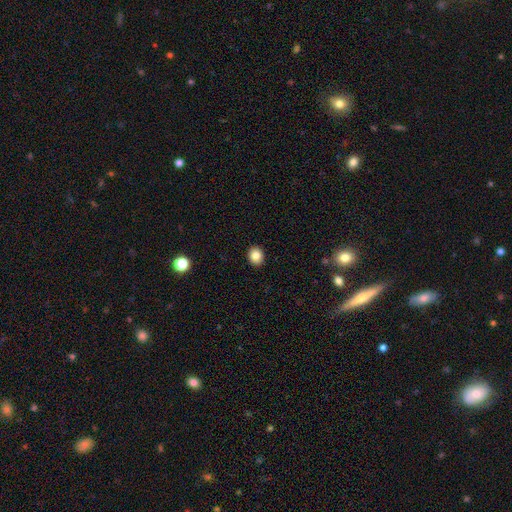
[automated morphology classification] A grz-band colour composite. It shows a smooth galaxy with no disk features (85%) that is round (66%). Merging: none (92%).